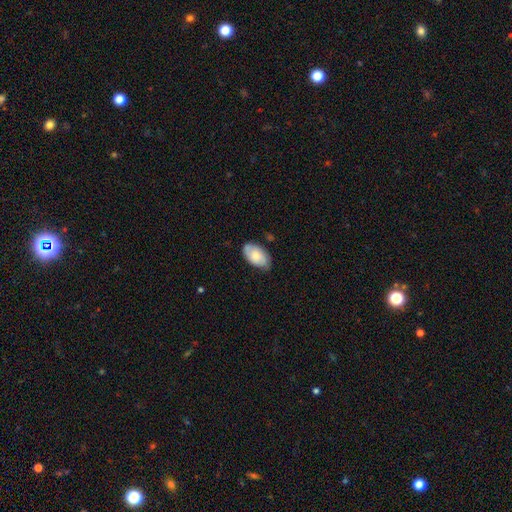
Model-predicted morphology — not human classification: The model was most divided on "smooth or featured": smooth: 66%, featured or disk: 27%, star or artifact: 6%. More confident: how rounded — in between (94%); merging — none (70%).